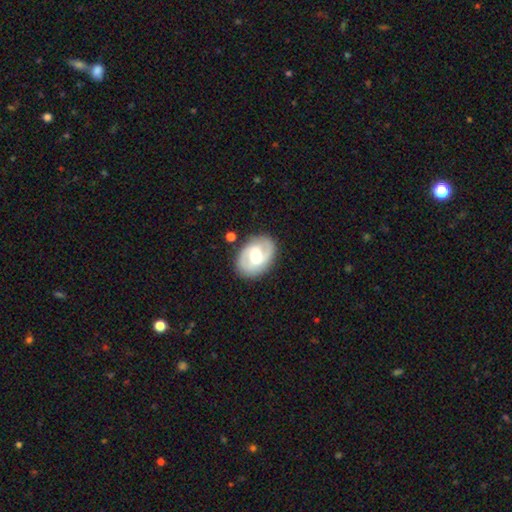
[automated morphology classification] Smooth or featured? featured or disk (73%)
Edge-on disk? no (96%)
Bar? weak (50%)
Spiral arms? yes (80%)
Spiral winding? medium (46%)
Spiral arm count? 2 (85%)
Bulge size? moderate (69%)
Merging? none (83%)